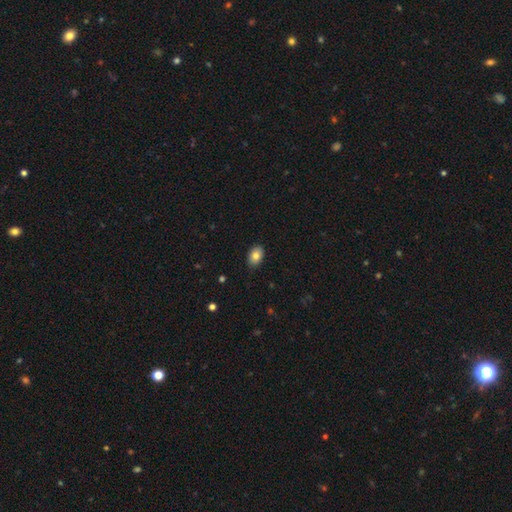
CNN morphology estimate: Smooth or featured? Predicted: smooth (p=0.82). How rounded? Predicted: in between (p=0.84). Merging? Predicted: none (p=0.86).